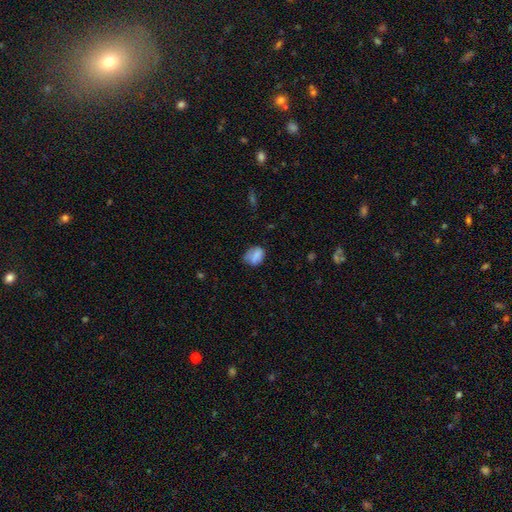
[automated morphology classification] smooth-or-featured: smooth: 76% | featured or disk: 15% | star or artifact: 9%
  how-rounded: in between: 63% | round: 36% | cigar-shaped: 2%
  merging: none: 55% | minor disturbance: 31% | major disturbance: 10% | merger: 4%